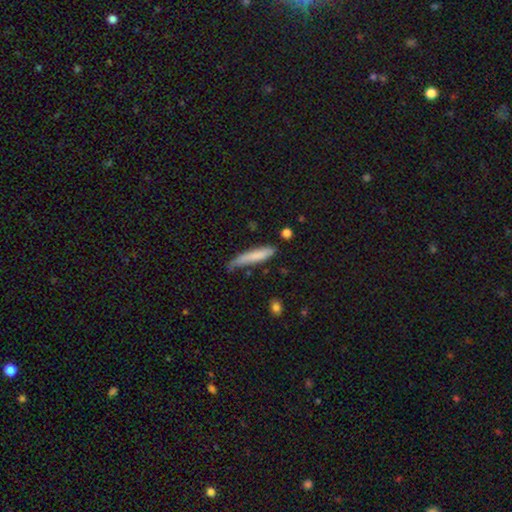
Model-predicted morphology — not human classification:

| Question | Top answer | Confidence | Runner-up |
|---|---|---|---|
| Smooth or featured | smooth | 76% | featured or disk (18%) |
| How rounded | cigar-shaped | 88% | in between (10%) |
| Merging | none | 51% | minor disturbance (34%) |